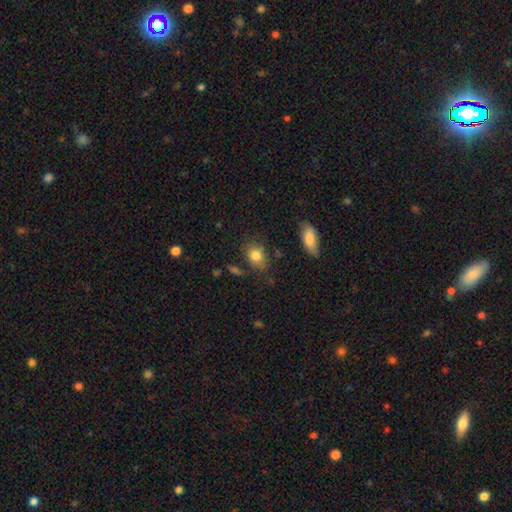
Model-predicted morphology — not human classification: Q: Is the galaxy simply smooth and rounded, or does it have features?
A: smooth — 82%.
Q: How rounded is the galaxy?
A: in between — 63%.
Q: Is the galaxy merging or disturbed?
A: none — 73%.